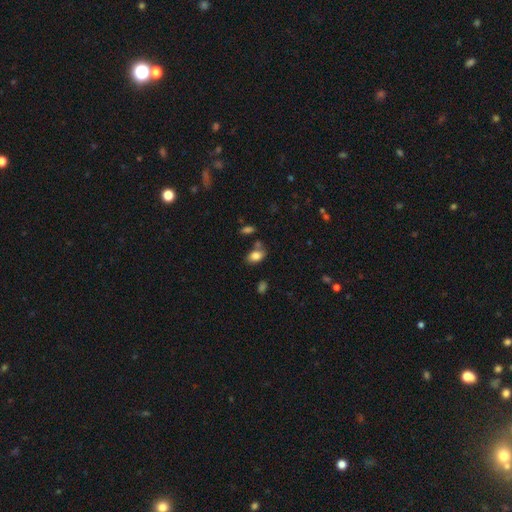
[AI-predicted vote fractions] This appears to be a smooth galaxy with no disk features (84%) that is in between round and cigar-shaped (88%). Merging: none (65%).